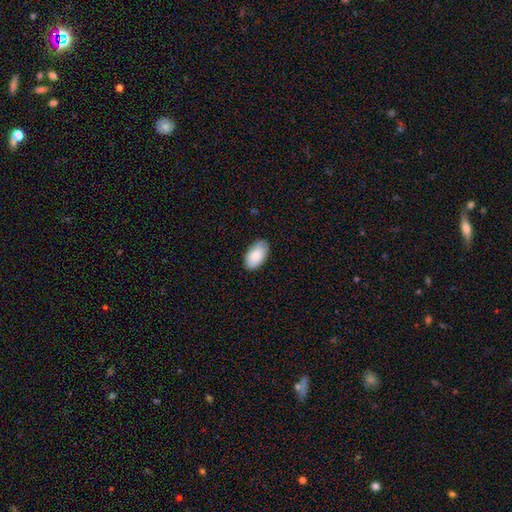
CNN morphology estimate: smooth-or-featured: smooth: 85% | featured or disk: 9% | star or artifact: 6%
  how-rounded: in between: 95% | round: 3% | cigar-shaped: 1%
  merging: none: 84% | minor disturbance: 13% | major disturbance: 2% | merger: 1%